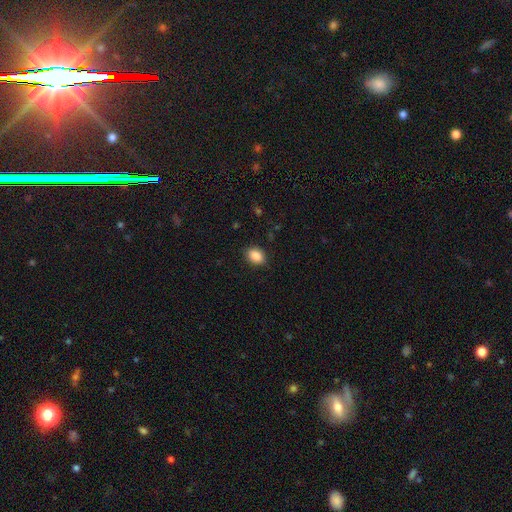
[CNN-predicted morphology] smooth-or-featured: smooth: 88% | star or artifact: 9% | featured or disk: 4%
  how-rounded: in between: 72% | round: 27% | cigar-shaped: 1%
  merging: none: 87% | minor disturbance: 10% | major disturbance: 2% | merger: 1%